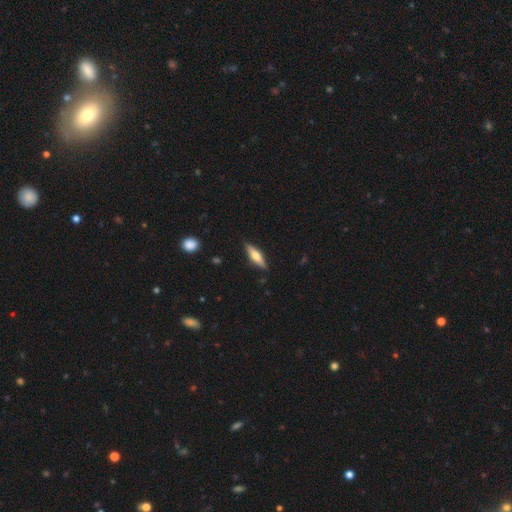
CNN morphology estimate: A smooth galaxy with no disk features (47%, tied with featured or disk).

Vote fractions:
- Smooth or featured? smooth: 47% (tied) / featured or disk: 47% (tied) / star or artifact: 6%
- Merging? none: 87% / minor disturbance: 10% / major disturbance: 2% / merger: 1%